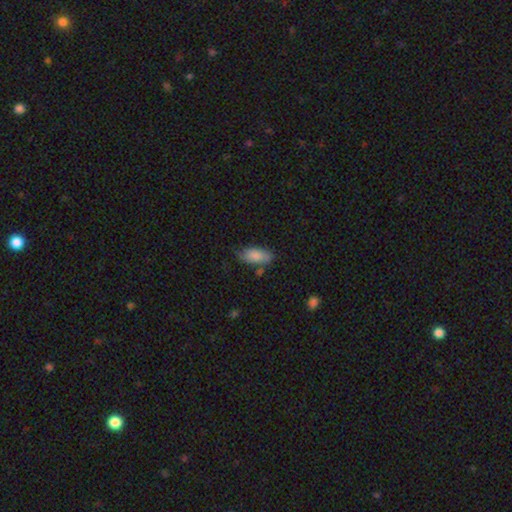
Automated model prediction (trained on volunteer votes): Q: Smooth or featured?
A: smooth (85%); runner-up: featured or disk (8%)
Q: How rounded?
A: in between (87%); runner-up: cigar-shaped (11%)
Q: Merging?
A: none (64%); runner-up: minor disturbance (24%)